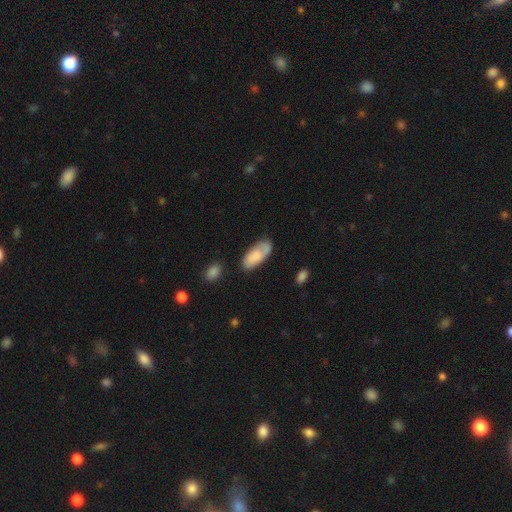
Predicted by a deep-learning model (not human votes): The model was most divided on "merging": none: 62%, minor disturbance: 23%, major disturbance: 8%, merger: 7%. More confident: how rounded — in between (88%); smooth or featured — smooth (69%).